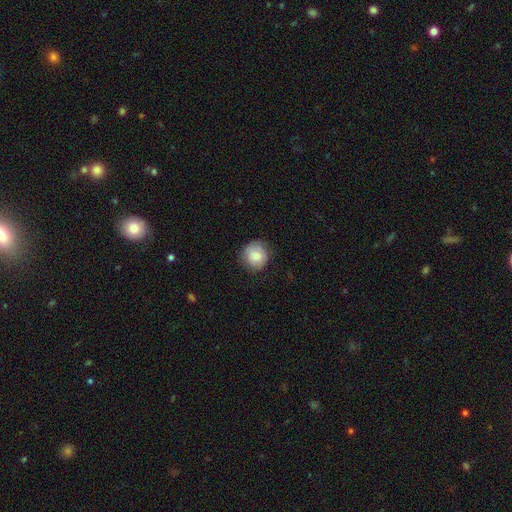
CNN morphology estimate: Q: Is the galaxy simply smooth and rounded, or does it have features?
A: smooth — 81%.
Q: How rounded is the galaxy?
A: round — 88%.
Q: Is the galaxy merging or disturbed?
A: none — 78%.